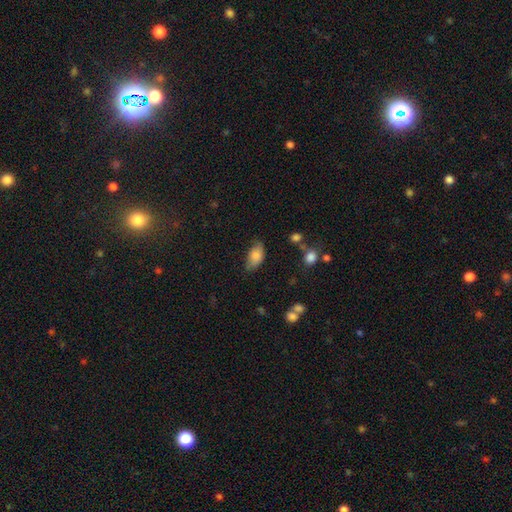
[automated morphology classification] This appears to be a smooth galaxy with no disk features (83%) that is in between round and cigar-shaped (92%). Merging: none (62%).